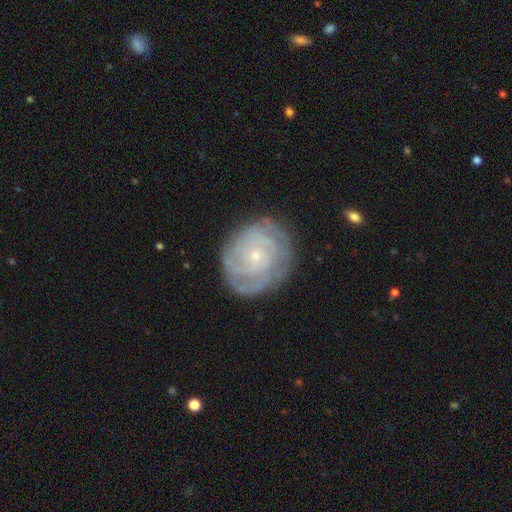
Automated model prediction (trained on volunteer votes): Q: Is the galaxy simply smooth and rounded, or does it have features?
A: featured or disk — 77%.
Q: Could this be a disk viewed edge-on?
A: no — 98%.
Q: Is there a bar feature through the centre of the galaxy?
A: no — 80%.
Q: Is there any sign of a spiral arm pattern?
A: yes — 89%.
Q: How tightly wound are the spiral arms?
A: tight — 75%.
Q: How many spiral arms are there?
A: can't tell — 43%.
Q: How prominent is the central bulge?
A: small — 85%.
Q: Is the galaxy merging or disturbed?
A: none — 78%.